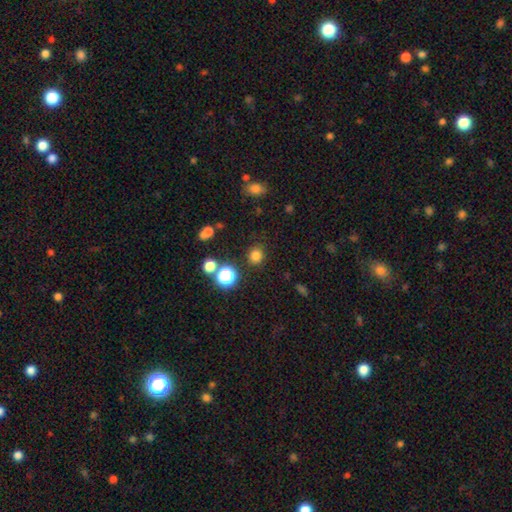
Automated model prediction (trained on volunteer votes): A smooth galaxy with no disk features (78%) that is round (85%). Merging: none (86%).